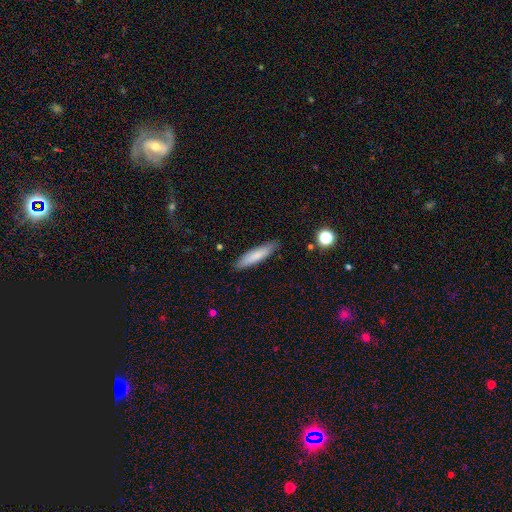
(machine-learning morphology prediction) Smooth or featured?
  - smooth: 78% *
  - featured or disk: 16%
  - star or artifact: 6%
How rounded?
  - cigar-shaped: 82% *
  - in between: 17%
  - round: 1%
Merging?
  - none: 88% *
  - minor disturbance: 9%
  - major disturbance: 2%
  - merger: 1%